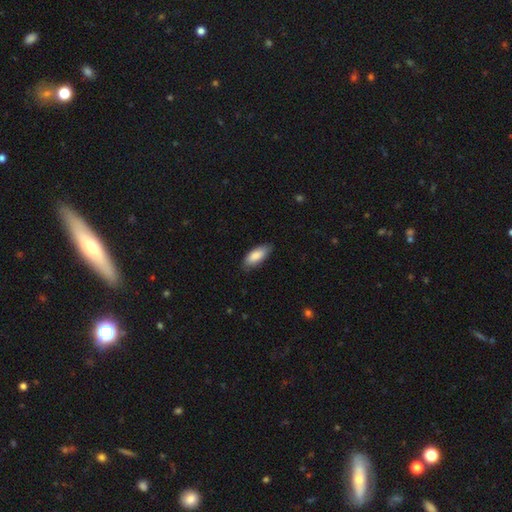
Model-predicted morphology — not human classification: The model was most divided on "how rounded": in between: 81%, cigar-shaped: 18%, round: 2%. More confident: smooth or featured — smooth (87%); merging — none (81%).